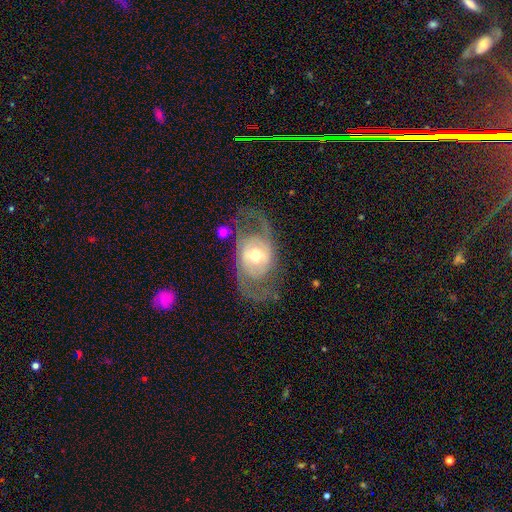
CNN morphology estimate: featured or disk 80%, smooth 15%, star or artifact 6%. Down the decision tree: edge-on disk — no (94%); bar — no (48%); spiral arms — yes (80%); spiral arm count — 2 (84%); spiral winding — medium (48%); bulge size — moderate (59%); merging — none (66%).